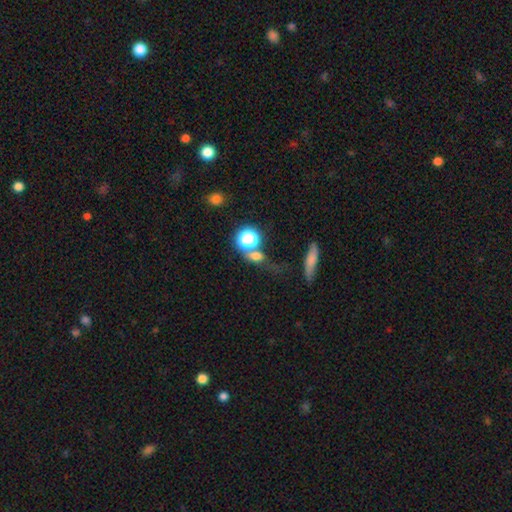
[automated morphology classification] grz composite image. It shows a smooth galaxy with no disk features (61%) that is round (50%). Merging: none (56%).